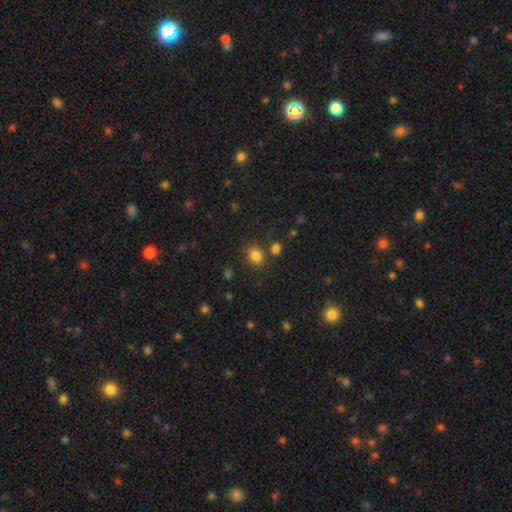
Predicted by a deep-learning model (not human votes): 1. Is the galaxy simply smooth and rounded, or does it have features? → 81% smooth, 13% star or artifact, 6% featured or disk.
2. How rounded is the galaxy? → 72% round, 28% in between, 1% cigar-shaped.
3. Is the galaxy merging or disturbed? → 76% none, 11% minor disturbance, 10% merger, 4% major disturbance.